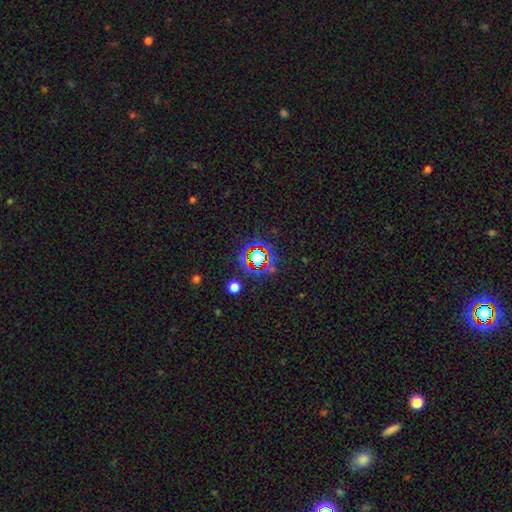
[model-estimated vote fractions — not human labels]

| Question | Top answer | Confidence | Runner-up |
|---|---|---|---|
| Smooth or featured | star or artifact | 68% | smooth (21%) |